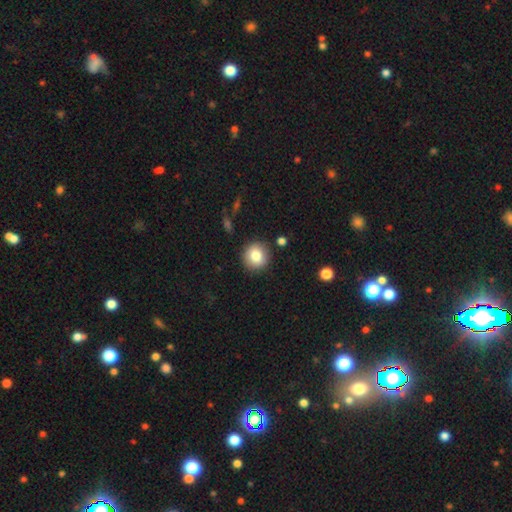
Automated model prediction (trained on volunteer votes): Smooth or featured?
  - smooth: 81% *
  - star or artifact: 9%
  - featured or disk: 9%
How rounded?
  - round: 91% *
  - in between: 8%
  - cigar-shaped: 1%
Merging?
  - none: 89% *
  - minor disturbance: 7%
  - major disturbance: 2%
  - merger: 2%